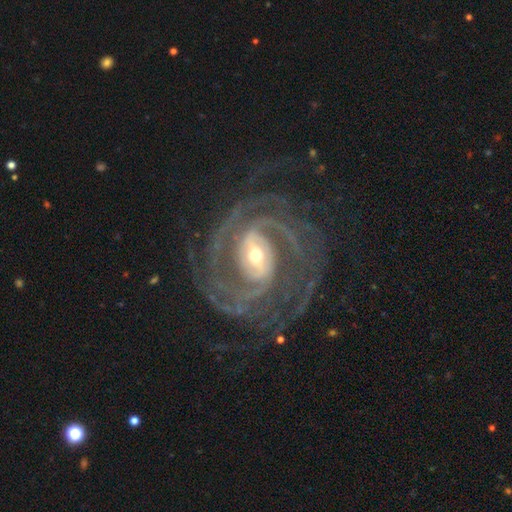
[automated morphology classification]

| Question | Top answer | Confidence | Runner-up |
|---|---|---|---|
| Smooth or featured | featured or disk | 92% | star or artifact (5%) |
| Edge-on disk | no | 97% | yes (3%) |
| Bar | strong | 47% | weak (37%) |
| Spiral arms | yes | 98% | no (2%) |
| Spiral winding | tight | 56% | medium (36%) |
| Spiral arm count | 2 | 30% | 3 (19%) |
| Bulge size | moderate | 54% | small (36%) |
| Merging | none | 70% | minor disturbance (15%) |